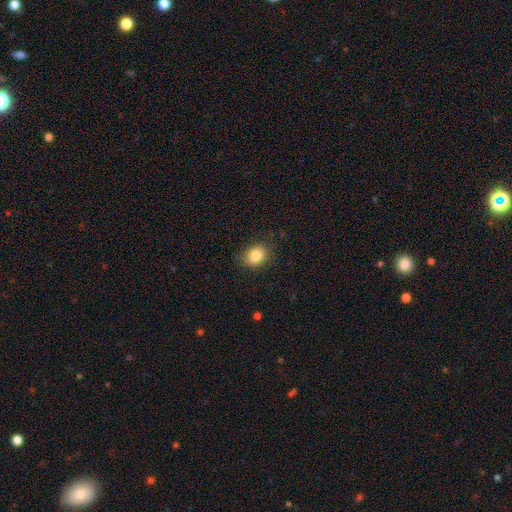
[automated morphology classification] type=smooth (85%); roundness=in between (56%); merging=none (85%).